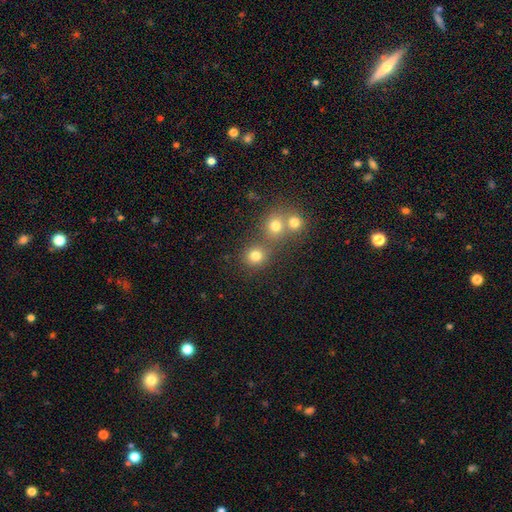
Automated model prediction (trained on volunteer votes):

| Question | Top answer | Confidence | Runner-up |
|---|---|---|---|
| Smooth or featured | smooth | 78% | star or artifact (15%) |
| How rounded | round | 89% | in between (10%) |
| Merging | none | 66% | merger (24%) |